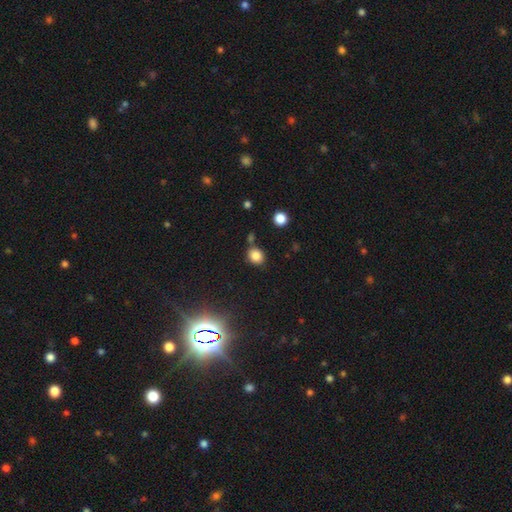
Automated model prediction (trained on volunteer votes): smooth 82%, star or artifact 12%, featured or disk 6%. Down the decision tree: how rounded — round (65%); merging — none (75%).